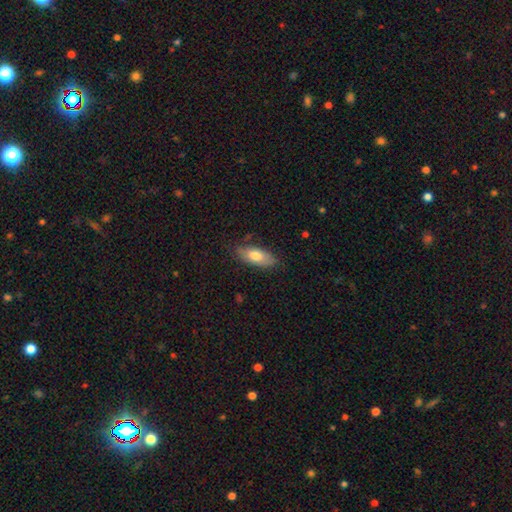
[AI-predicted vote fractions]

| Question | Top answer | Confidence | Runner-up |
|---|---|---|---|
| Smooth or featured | smooth | 74% | featured or disk (20%) |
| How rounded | in between | 83% | cigar-shaped (15%) |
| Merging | none | 75% | minor disturbance (20%) |